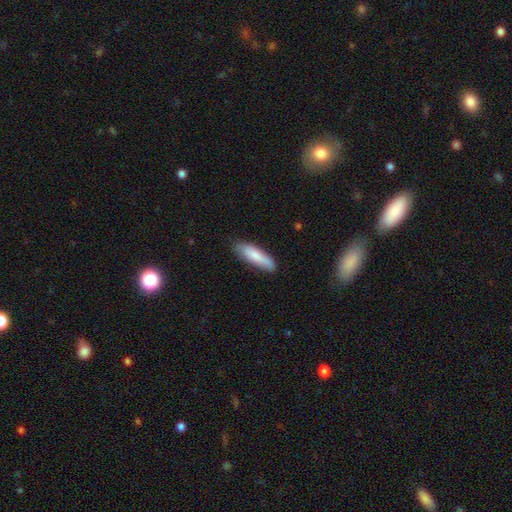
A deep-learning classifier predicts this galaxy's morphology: Smooth or featured? smooth (79%)
How rounded? cigar-shaped (62%)
Merging? none (78%)